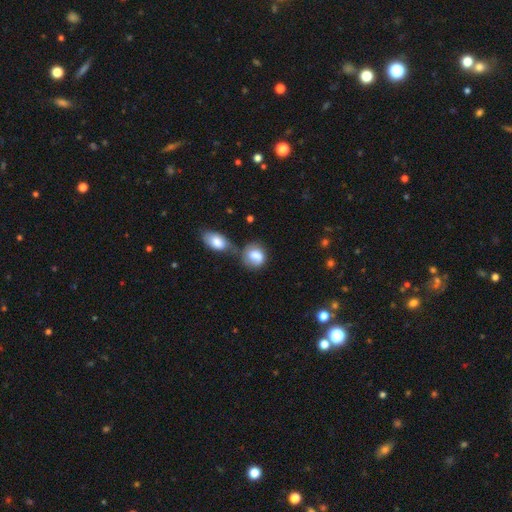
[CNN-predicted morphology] This is likely a smooth galaxy (75%). How rounded: possibly round (57%). Merging: marginally merger (36%).